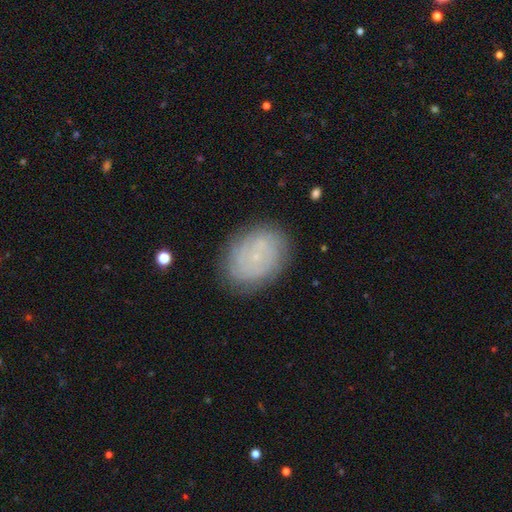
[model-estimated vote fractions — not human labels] Q: Smooth or featured?
A: featured or disk (52%); runner-up: smooth (36%)
Q: Edge-on disk?
A: no (97%); runner-up: yes (3%)
Q: Bar?
A: no (76%); runner-up: weak (20%)
Q: Spiral arms?
A: yes (80%); runner-up: no (20%)
Q: Bulge size?
A: small (81%); runner-up: none (11%)
Q: Merging?
A: none (82%); runner-up: minor disturbance (12%)